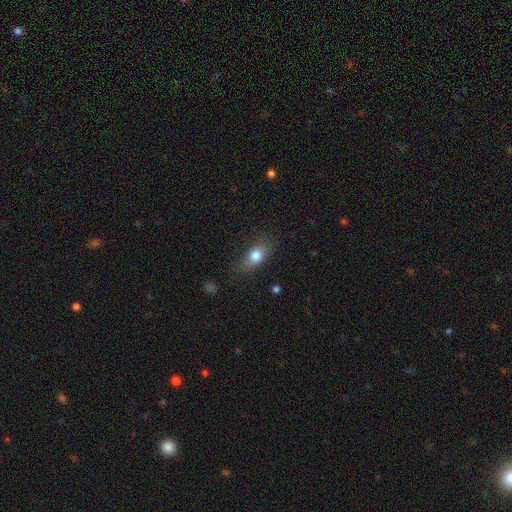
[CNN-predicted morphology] type=smooth (75%); roundness=in between (71%); merging=none (70%).